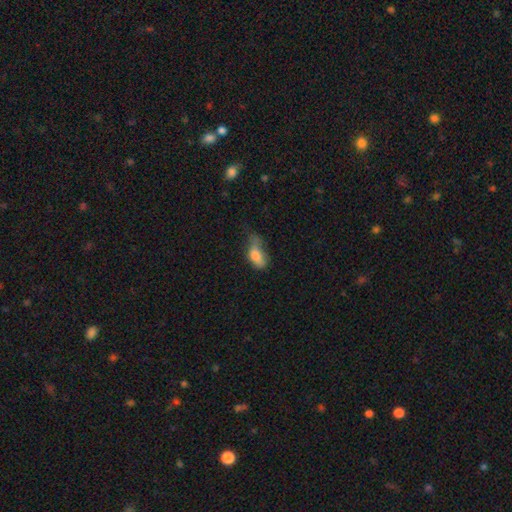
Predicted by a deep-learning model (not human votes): The model was most divided on "merging" (2-way tie): major disturbance: 36%, minor disturbance: 36%, none: 23%, merger: 4%. More confident: how rounded — in between (85%); smooth or featured — smooth (75%).